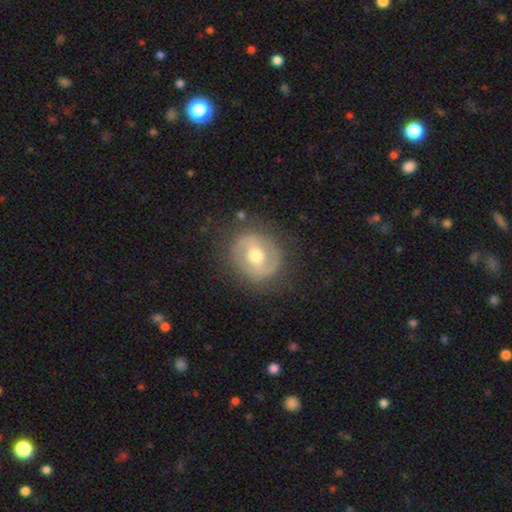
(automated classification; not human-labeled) Smooth or featured?
  - featured or disk: 67% *
  - smooth: 27%
  - star or artifact: 6%
Edge-on disk?
  - no: 96% *
  - yes: 4%
Bar?
  - weak: 40% *
  - strong: 31%
  - no: 28%
Spiral arms?
  - yes: 58% *
  - no: 42%
Bulge size?
  - moderate: 75% *
  - small: 18%
  - large: 6%
  - dominant: 1%
  - none: 1%
Merging?
  - none: 81% *
  - minor disturbance: 12%
  - major disturbance: 5%
  - merger: 1%